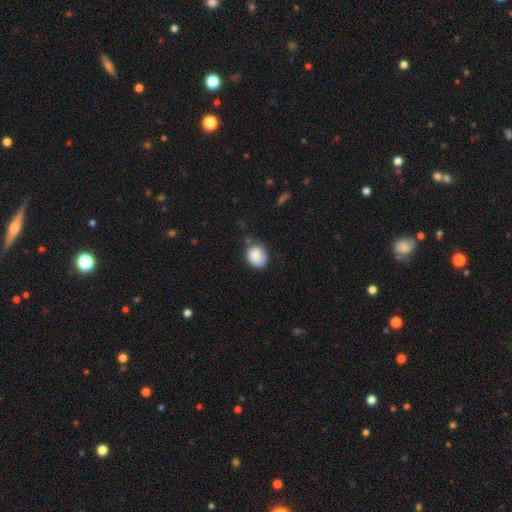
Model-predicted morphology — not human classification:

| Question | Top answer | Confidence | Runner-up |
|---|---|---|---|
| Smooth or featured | smooth | 80% | featured or disk (12%) |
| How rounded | round | 54% | in between (46%) |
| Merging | none | 61% | minor disturbance (29%) |